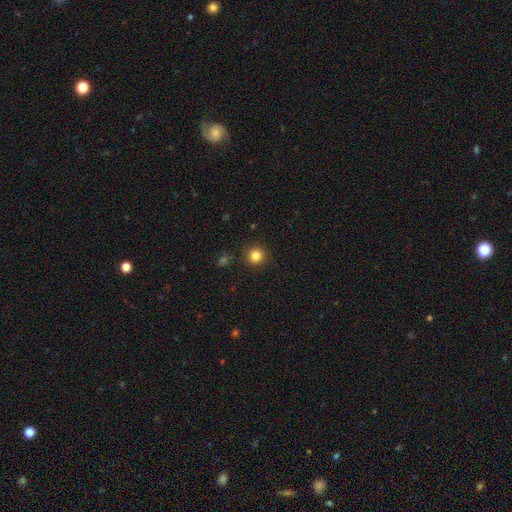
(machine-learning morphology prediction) smooth_or_featured: smooth (p=0.84) [alt: star or artifact p=0.12]
how_rounded: round (p=0.92) [alt: in between p=0.07]
merging: none (p=0.91) [alt: minor disturbance p=0.06]